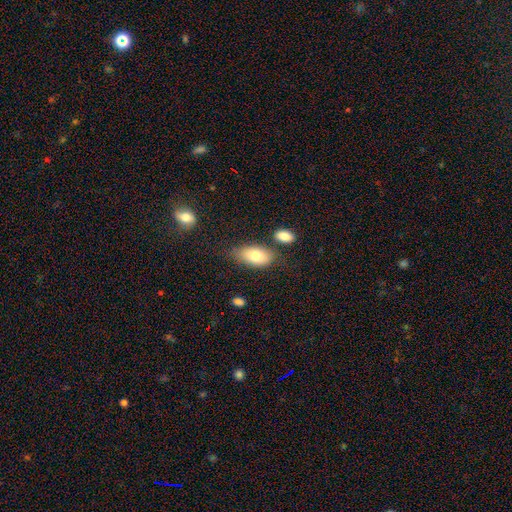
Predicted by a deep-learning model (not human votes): smooth 78%, featured or disk 15%, star or artifact 7%. Down the decision tree: how rounded — in between (91%); merging — none (65%).